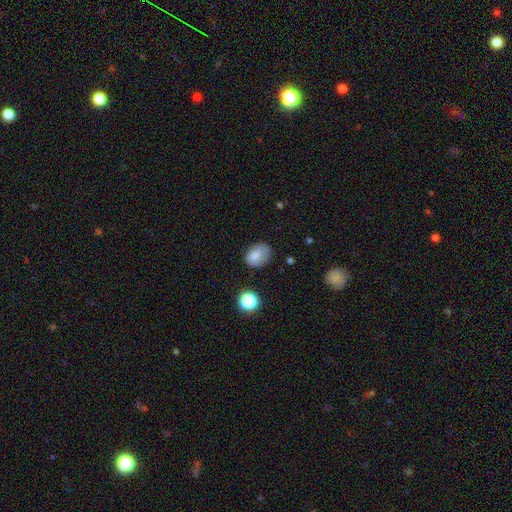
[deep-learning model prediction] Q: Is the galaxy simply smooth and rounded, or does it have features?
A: smooth — 80%.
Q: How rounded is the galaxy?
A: in between — 69%.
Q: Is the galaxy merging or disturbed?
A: none — 65%.